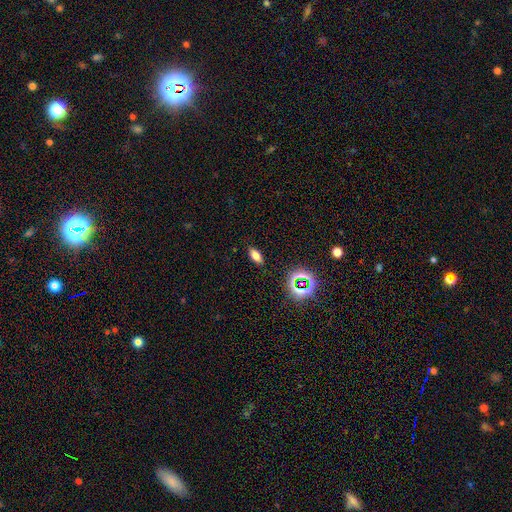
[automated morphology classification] smooth_or_featured: smooth (p=0.71) [alt: star or artifact p=0.19]
how_rounded: in between (p=0.82) [alt: cigar-shaped p=0.13]
merging: none (p=0.87) [alt: minor disturbance p=0.09]